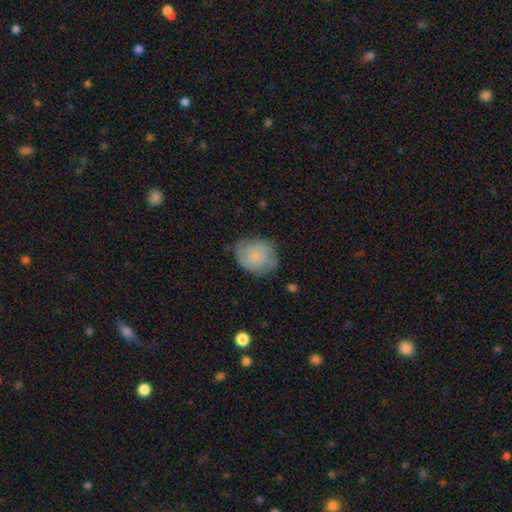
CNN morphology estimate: Smooth or featured? smooth (61%)
How rounded? round (61%)
Merging? none (69%)